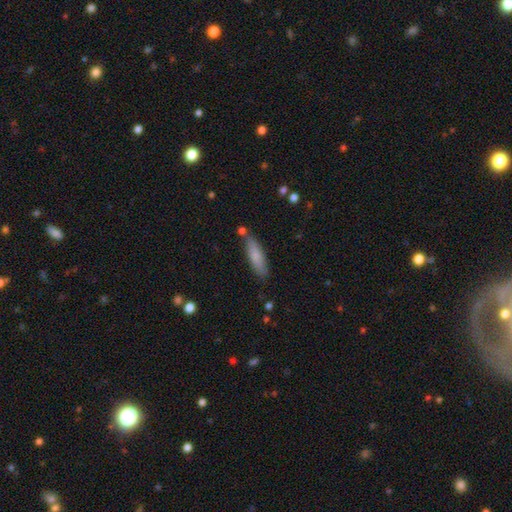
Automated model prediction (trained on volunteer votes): Morphology: type=smooth (79%); roundness=cigar-shaped (64%); merging=none (78%).